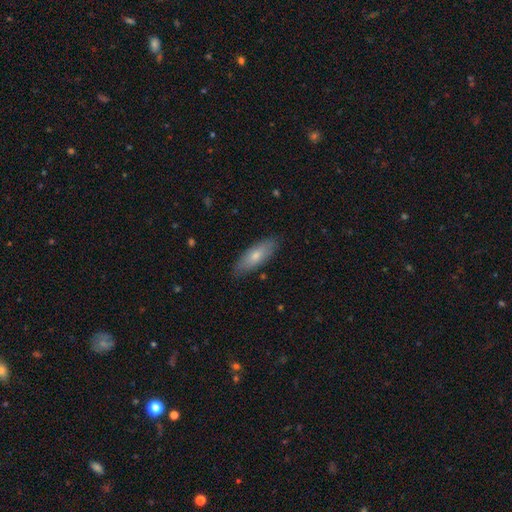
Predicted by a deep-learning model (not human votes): smooth-or-featured: smooth: 72% | featured or disk: 22% | star or artifact: 6%
  how-rounded: in between: 61% | cigar-shaped: 37% | round: 2%
  merging: none: 85% | minor disturbance: 11% | major disturbance: 2% | merger: 1%